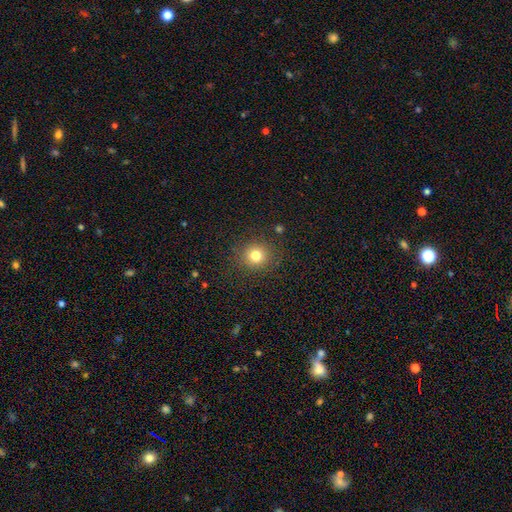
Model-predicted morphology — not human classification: Q: Smooth or featured?
A: smooth (80%); runner-up: star or artifact (14%)
Q: How rounded?
A: round (90%); runner-up: in between (9%)
Q: Merging?
A: none (88%); runner-up: minor disturbance (7%)